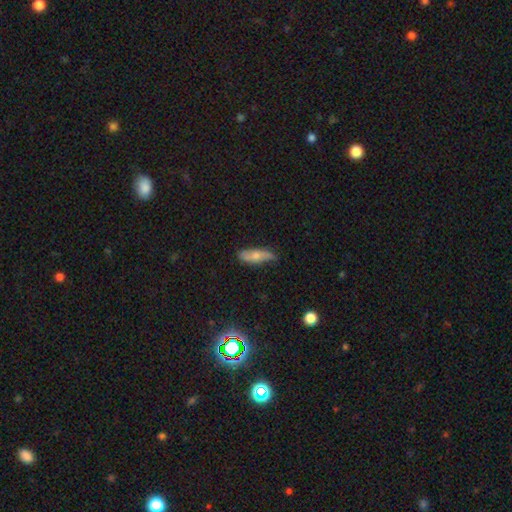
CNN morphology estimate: smooth 59%, featured or disk 35%, star or artifact 6%. Down the decision tree: how rounded — in between (53%); merging — none (69%).